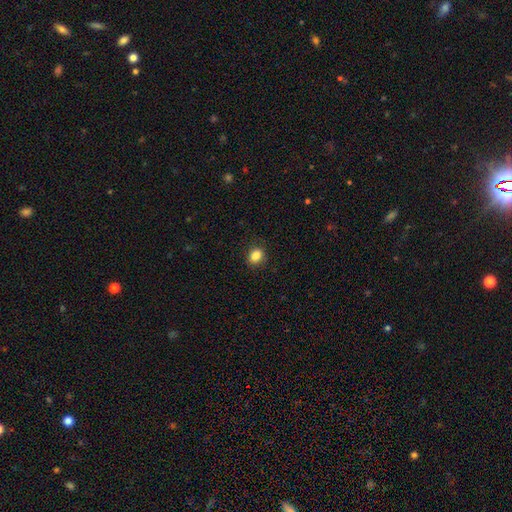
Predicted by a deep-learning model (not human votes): Q: Smooth or featured?
A: smooth (85%); runner-up: star or artifact (10%)
Q: How rounded?
A: round (57%); runner-up: in between (42%)
Q: Merging?
A: none (87%); runner-up: minor disturbance (9%)